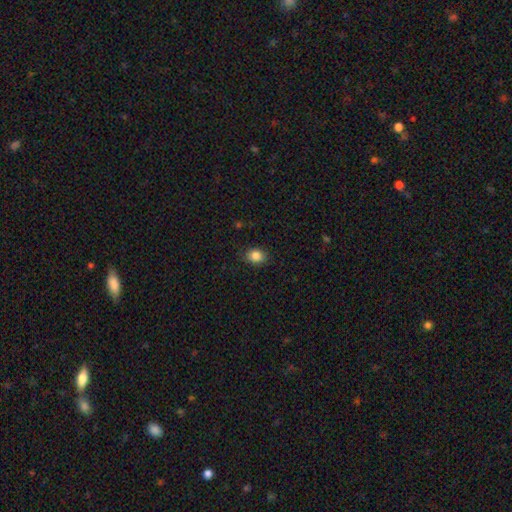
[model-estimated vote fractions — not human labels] A smooth galaxy with no disk features (85%) that is round (50%). Merging: none (86%).